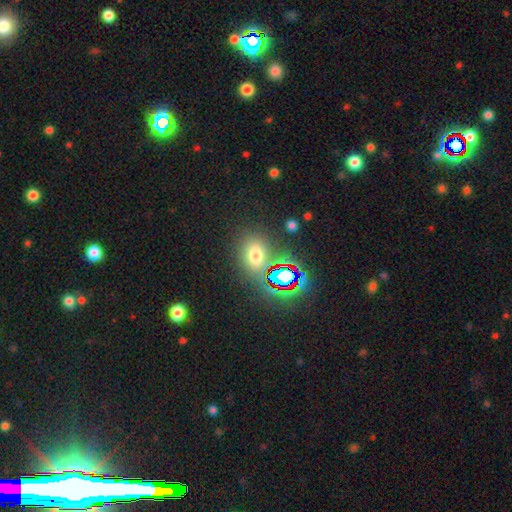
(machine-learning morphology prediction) The model was most divided on "how rounded": in between: 58%, round: 39%, cigar-shaped: 3%. More confident: merging — none (77%); smooth or featured — smooth (58%).